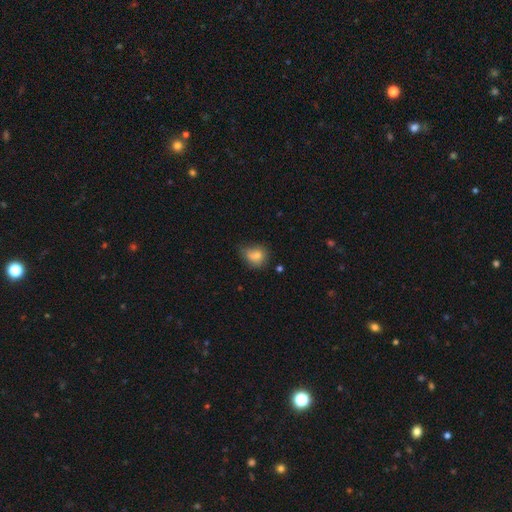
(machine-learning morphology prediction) This appears to be a smooth galaxy with no disk features (79%) that is round (64%). Merging: none (51%).